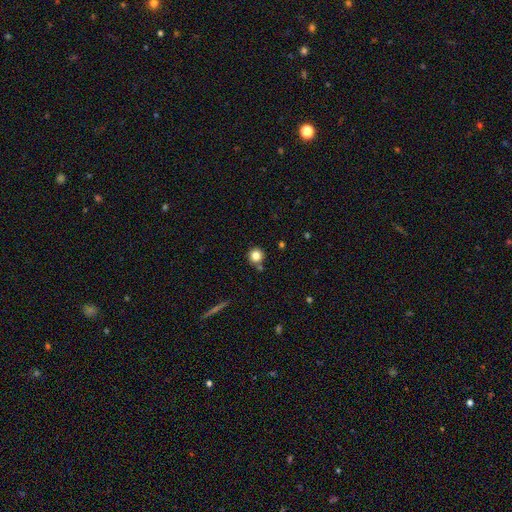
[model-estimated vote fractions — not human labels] A smooth galaxy with no disk features (81%) that is round (94%). Merging: none (79%).